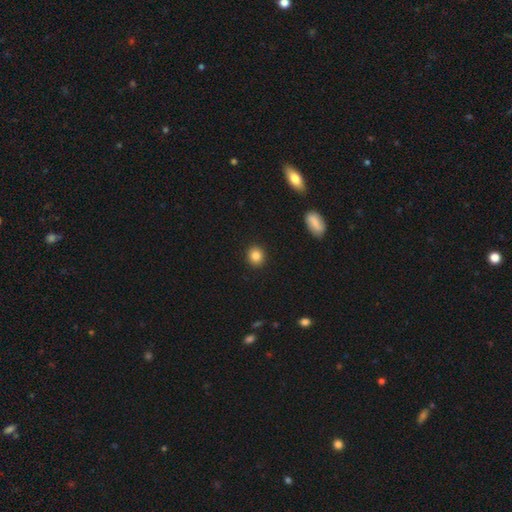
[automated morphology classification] A smooth galaxy with no disk features (85%) that is round (85%). Merging: none (92%).